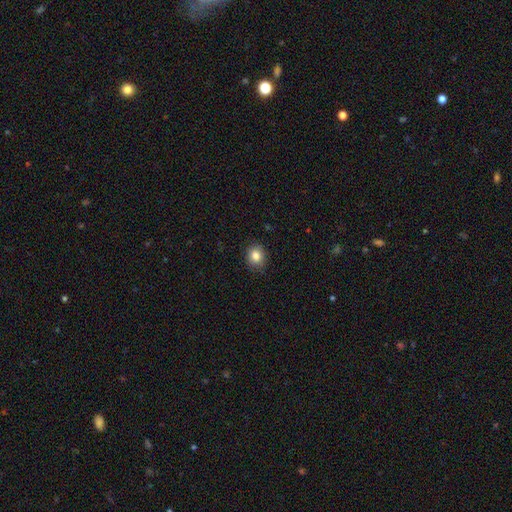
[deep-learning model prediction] smooth_or_featured: smooth (p=0.84) [alt: star or artifact p=0.10]
how_rounded: round (p=0.71) [alt: in between p=0.28]
merging: none (p=0.87) [alt: minor disturbance p=0.10]